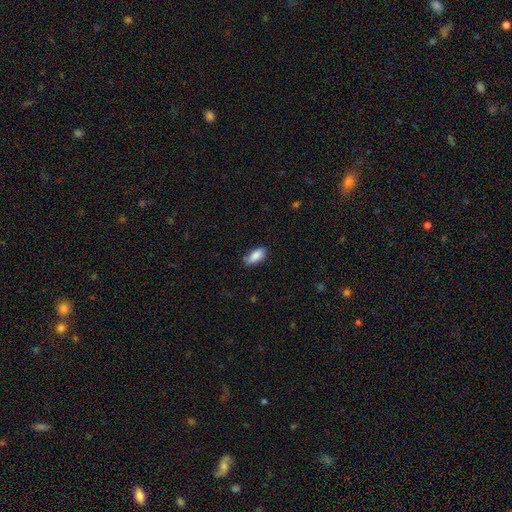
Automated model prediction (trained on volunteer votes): Morphology: type=smooth (88%); roundness=in between (88%); merging=none (79%).